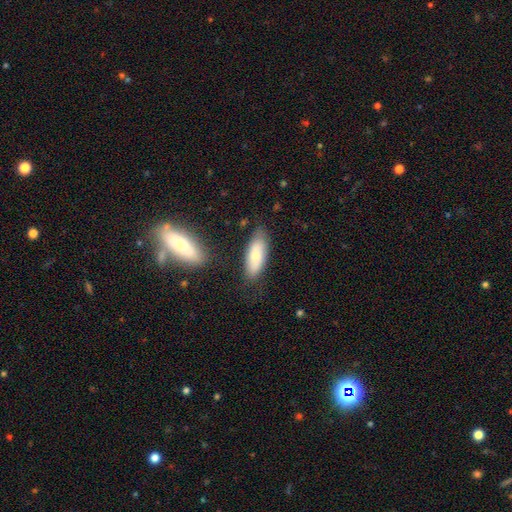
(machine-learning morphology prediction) A smooth galaxy with no disk features (73%) that is in between round and cigar-shaped (75%).

Vote fractions:
- Smooth or featured? smooth: 73% / featured or disk: 21% / star or artifact: 6%
- How rounded? in between: 75% / cigar-shaped: 23% / round: 2%
- Merging? none: 76% / minor disturbance: 17% / merger: 4% / major disturbance: 4%